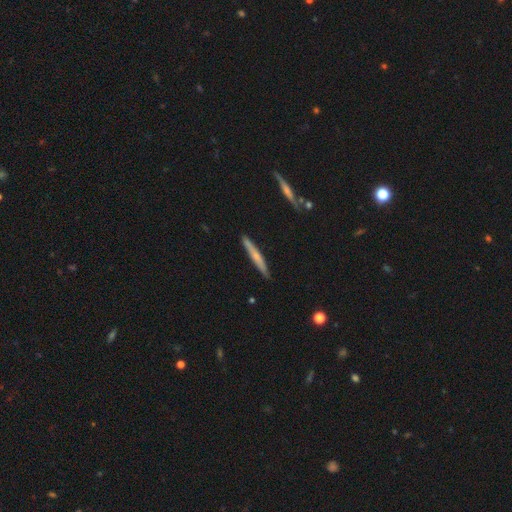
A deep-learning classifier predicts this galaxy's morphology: This is possibly a smooth galaxy (51%). How rounded: clearly cigar-shaped (95%). Merging: clearly none (88%).